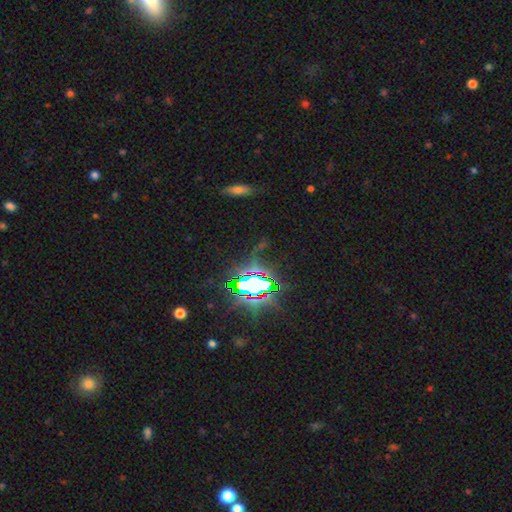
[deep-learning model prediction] This appears to be a star or artifact, not a galaxy (74%).